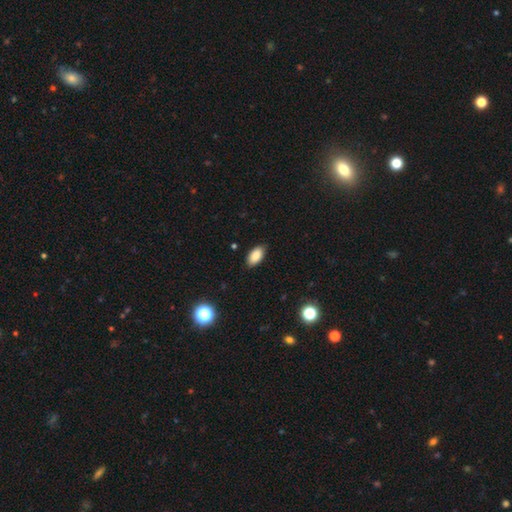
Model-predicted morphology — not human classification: smooth 87%, star or artifact 8%, featured or disk 5%. Down the decision tree: how rounded — in between (94%); merging — none (87%).